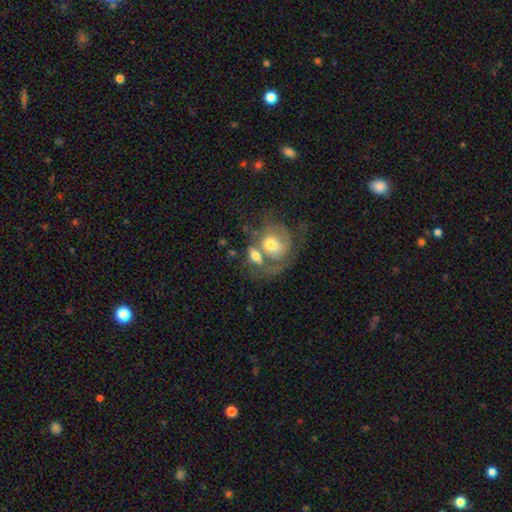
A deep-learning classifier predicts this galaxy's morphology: A smooth galaxy with no disk features (53%) that is in between round and cigar-shaped (64%).

Vote fractions:
- Smooth or featured? smooth: 53% / featured or disk: 40% / star or artifact: 8%
- How rounded? in between: 64% / round: 33% / cigar-shaped: 4%
- Merging? merger: 58% / none: 21% / major disturbance: 11% / minor disturbance: 11%